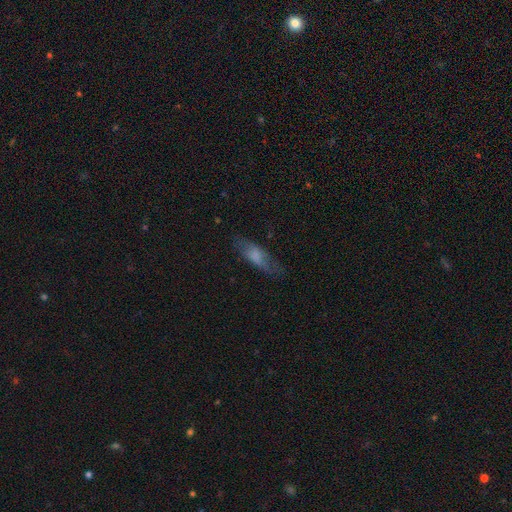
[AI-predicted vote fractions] Overall: smooth (66%; featured or disk 26%). How rounded: in between (54%; cigar-shaped 43%). Merging: none (65%).